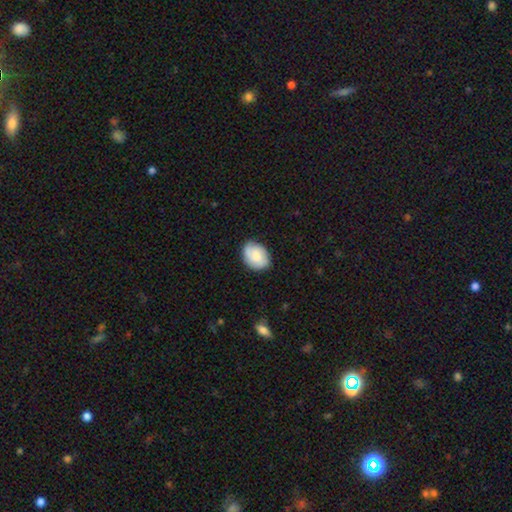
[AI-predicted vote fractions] Q: Smooth or featured?
A: smooth (68%); runner-up: featured or disk (25%)
Q: How rounded?
A: in between (67%); runner-up: round (32%)
Q: Merging?
A: none (76%); runner-up: minor disturbance (19%)